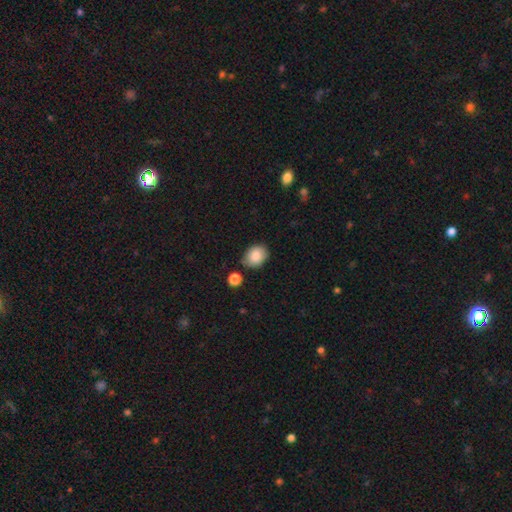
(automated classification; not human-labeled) Overall: smooth (87%). How rounded: in between (60%; round 39%). Merging: none (77%).